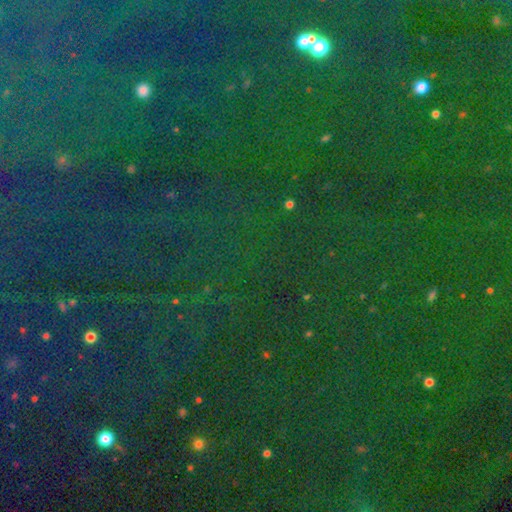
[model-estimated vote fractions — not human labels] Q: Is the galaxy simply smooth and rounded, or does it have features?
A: star or artifact — 81%.